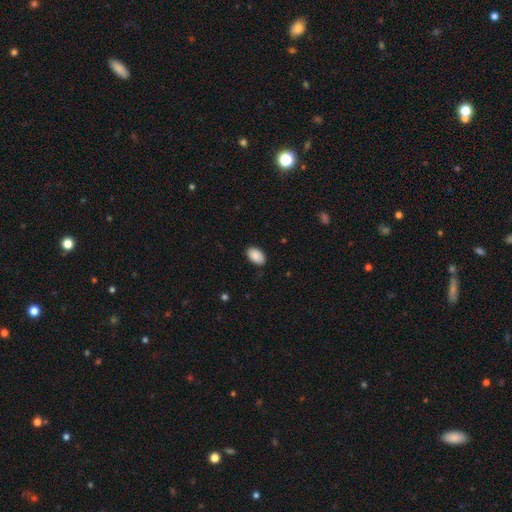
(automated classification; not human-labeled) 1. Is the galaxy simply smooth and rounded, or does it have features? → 90% smooth, 7% star or artifact, 4% featured or disk.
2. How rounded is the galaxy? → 93% in between, 6% round, 1% cigar-shaped.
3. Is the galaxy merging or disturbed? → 85% none, 12% minor disturbance, 2% major disturbance, 1% merger.